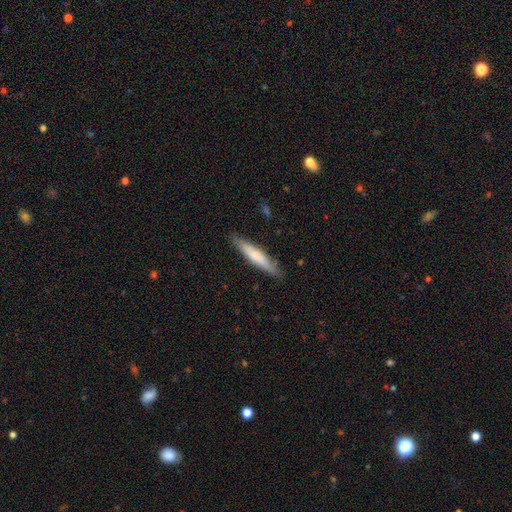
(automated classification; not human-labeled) Morphology: type=smooth (64%); roundness=cigar-shaped (91%); merging=none (87%).